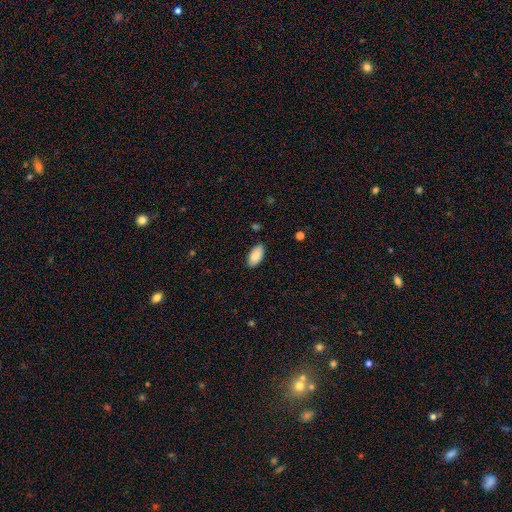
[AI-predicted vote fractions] The model was most divided on "merging": none: 86%, minor disturbance: 11%, major disturbance: 2%, merger: 1%. More confident: how rounded — in between (93%); smooth or featured — smooth (86%).